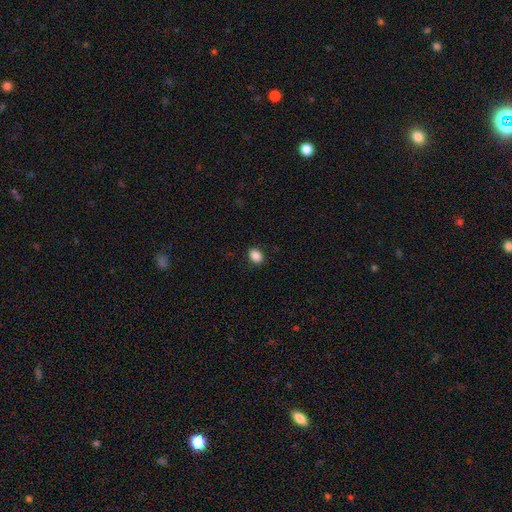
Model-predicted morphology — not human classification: type=smooth (88%); roundness=in between (72%); merging=none (89%).